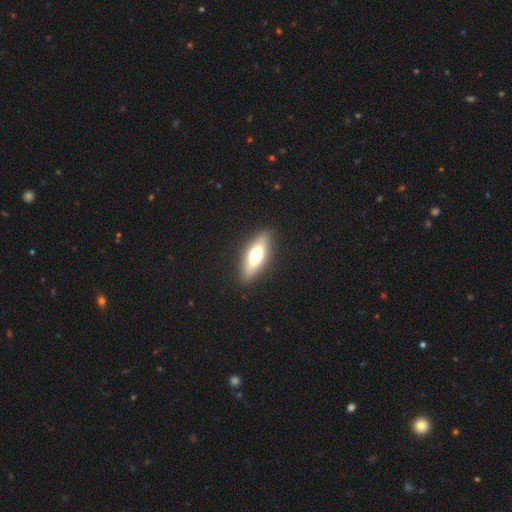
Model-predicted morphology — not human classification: Smooth or featured? Predicted: smooth (p=0.59). How rounded? Predicted: in between (p=0.63). Merging? Predicted: none (p=0.88).